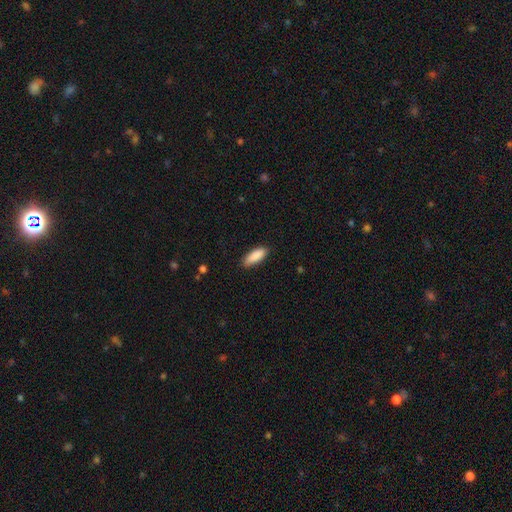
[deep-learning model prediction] This appears to be a smooth galaxy with no disk features (90%) that is in between round and cigar-shaped (71%). Merging: none (84%).